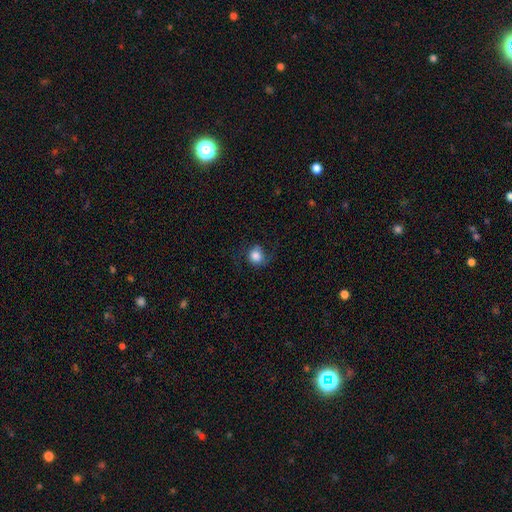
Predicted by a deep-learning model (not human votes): A smooth galaxy with no disk features (76%) that is round (80%). Merging: none (64%).